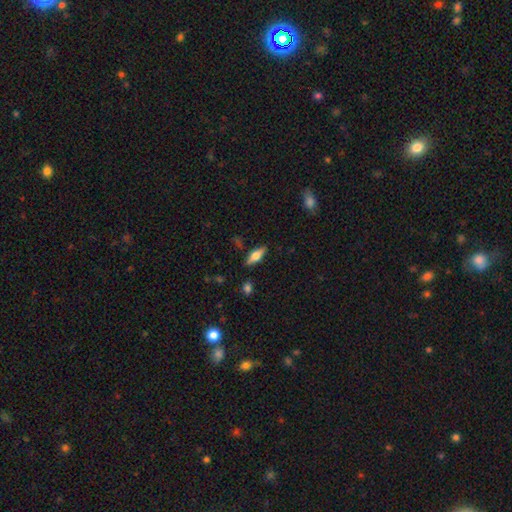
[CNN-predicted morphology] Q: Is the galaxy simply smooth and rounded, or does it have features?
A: smooth — 51%.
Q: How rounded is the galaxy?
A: in between — 62%.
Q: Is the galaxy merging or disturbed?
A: none — 84%.